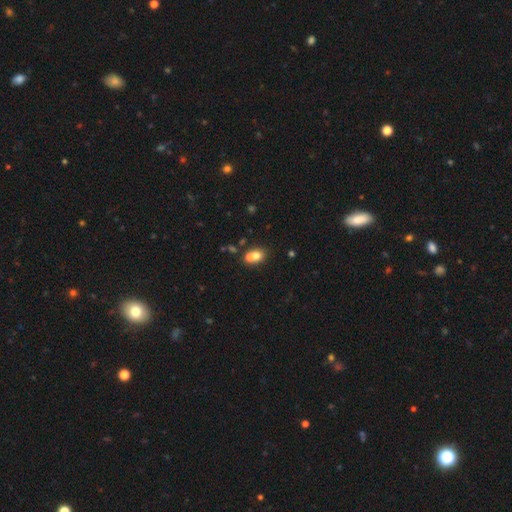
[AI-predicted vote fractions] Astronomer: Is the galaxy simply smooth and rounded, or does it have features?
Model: smooth — 68%.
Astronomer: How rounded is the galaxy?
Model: round — 58% (runner-up: in between, 41%).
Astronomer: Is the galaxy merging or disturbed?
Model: merger — 60%.